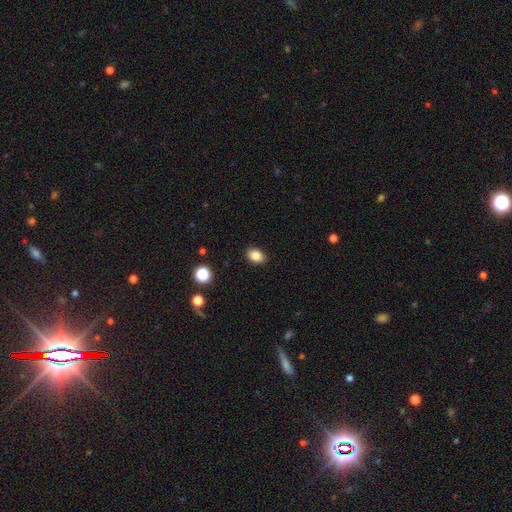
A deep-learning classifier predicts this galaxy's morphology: A smooth galaxy with no disk features (85%) that is in between round and cigar-shaped (76%). Merging: none (89%).